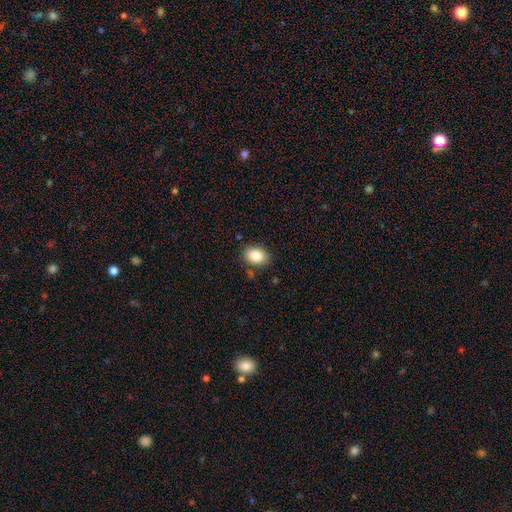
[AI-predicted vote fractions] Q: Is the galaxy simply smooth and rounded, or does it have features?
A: smooth — 87%.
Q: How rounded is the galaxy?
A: in between — 76%.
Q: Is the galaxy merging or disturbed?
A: none — 84%.